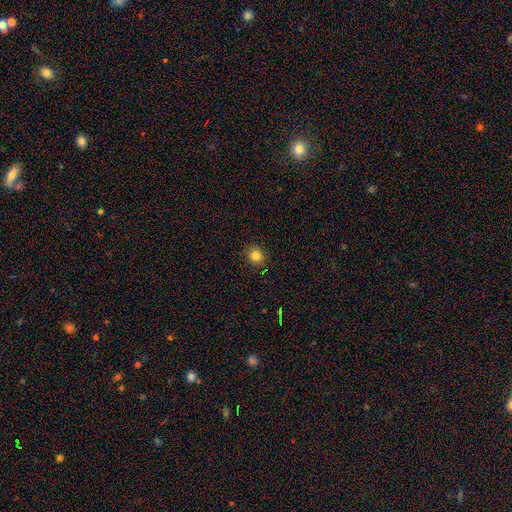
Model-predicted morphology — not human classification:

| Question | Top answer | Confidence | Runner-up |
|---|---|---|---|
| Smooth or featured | smooth | 82% | star or artifact (12%) |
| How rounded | round | 73% | in between (26%) |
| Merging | none | 88% | minor disturbance (8%) |